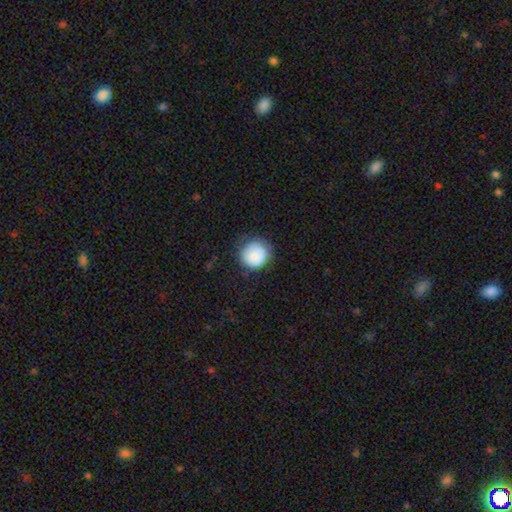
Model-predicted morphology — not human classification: Smooth or featured? smooth (81%)
How rounded? round (90%)
Merging? none (71%)